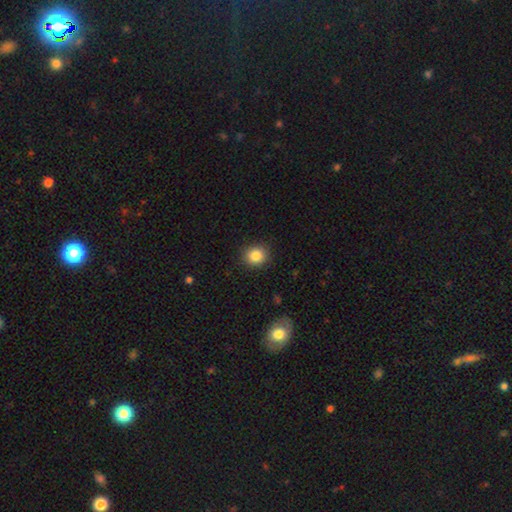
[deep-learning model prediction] smooth 85%, star or artifact 10%, featured or disk 5%. Down the decision tree: how rounded — round (86%); merging — none (89%).